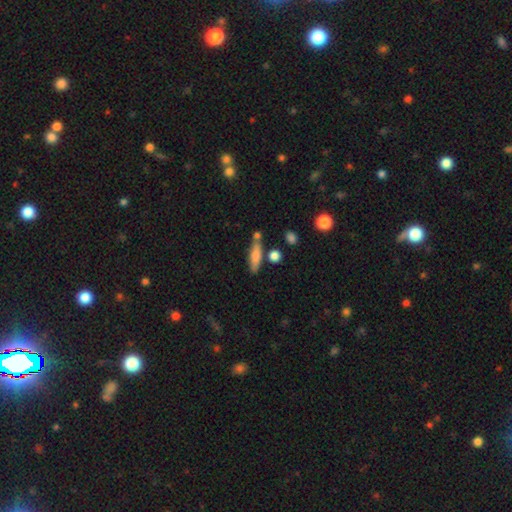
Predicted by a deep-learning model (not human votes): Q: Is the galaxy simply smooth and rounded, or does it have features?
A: smooth — 76%.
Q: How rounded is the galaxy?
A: cigar-shaped — 61%.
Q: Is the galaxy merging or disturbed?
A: none — 68%.